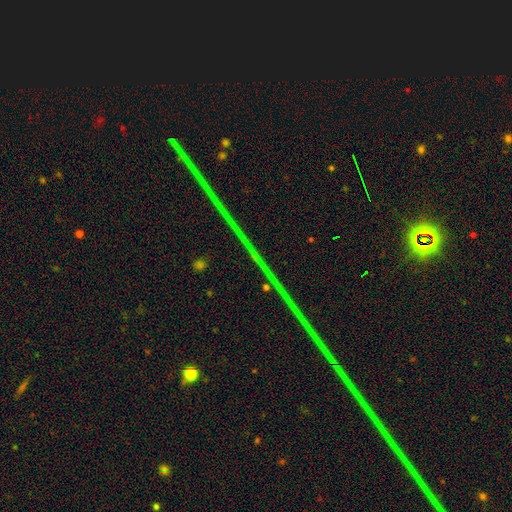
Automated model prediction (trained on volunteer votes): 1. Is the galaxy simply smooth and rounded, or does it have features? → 89% star or artifact, 6% featured or disk, 5% smooth.